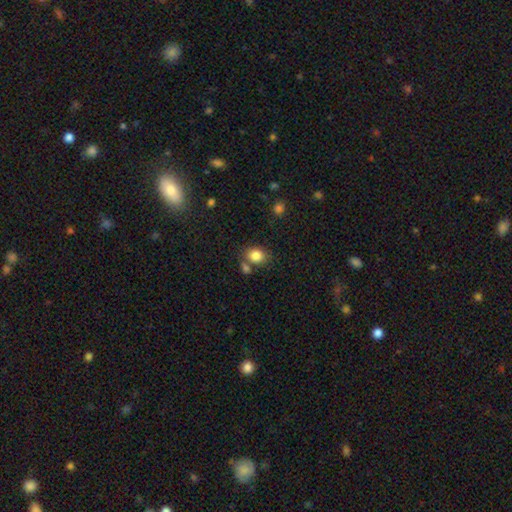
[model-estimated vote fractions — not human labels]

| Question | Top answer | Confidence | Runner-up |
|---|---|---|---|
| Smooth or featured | smooth | 83% | star or artifact (10%) |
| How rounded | round | 51% | in between (49%) |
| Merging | none | 64% | merger (19%) |